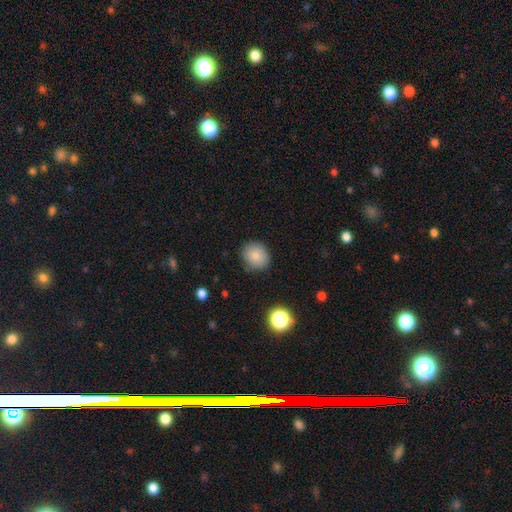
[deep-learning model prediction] smooth_or_featured: smooth (p=0.83) [alt: star or artifact p=0.10]
how_rounded: round (p=0.75) [alt: in between p=0.24]
merging: none (p=0.84) [alt: minor disturbance p=0.12]